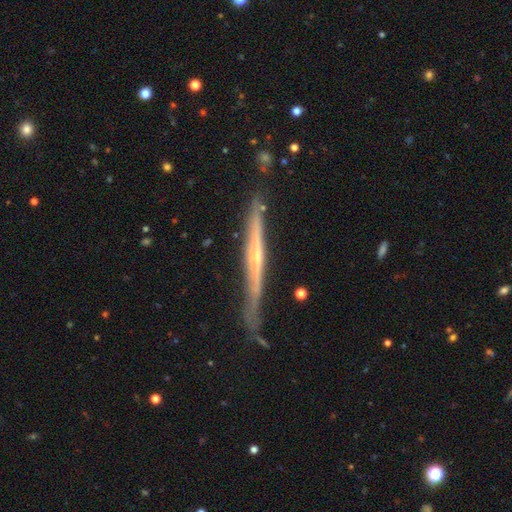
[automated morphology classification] Smooth or featured: featured or disk — 78% (smooth — 16%)
Edge-on disk: yes — 96% (no — 4%)
Edge-on bulge: rounded — 59% (none — 34%)
Merging: none — 72% (minor disturbance — 21%)